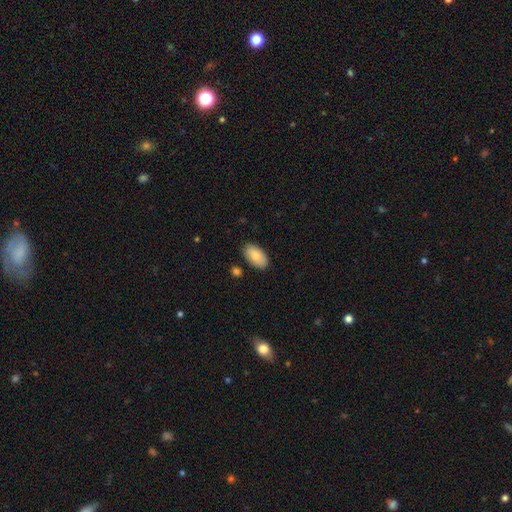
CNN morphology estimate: Overall: smooth (84%). How rounded: in between (95%). Merging: none (85%).